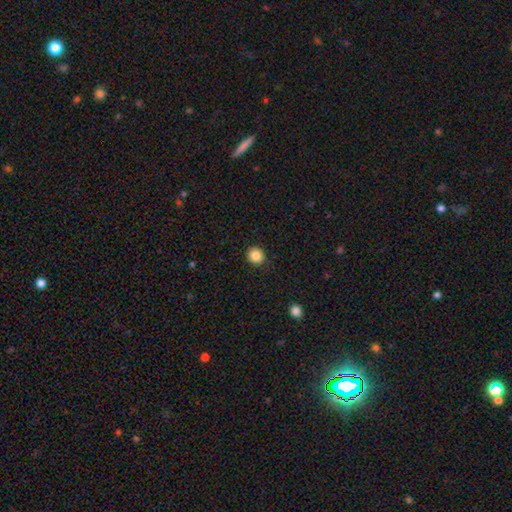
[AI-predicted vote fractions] Q: Smooth or featured?
A: smooth (86%); runner-up: star or artifact (10%)
Q: How rounded?
A: round (85%); runner-up: in between (14%)
Q: Merging?
A: none (91%); runner-up: minor disturbance (6%)